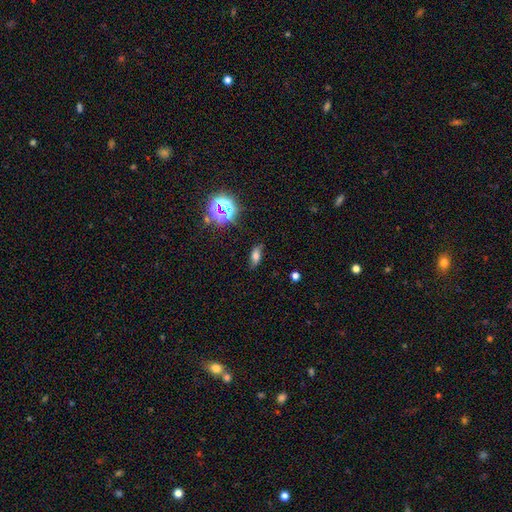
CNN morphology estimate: The model was most divided on "smooth or featured": smooth: 63%, star or artifact: 20%, featured or disk: 18%. More confident: merging — none (80%); how rounded — in between (75%).